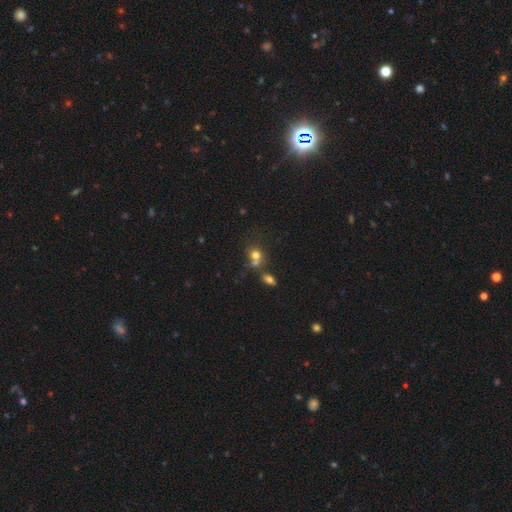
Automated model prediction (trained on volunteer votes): A smooth galaxy with no disk features (70%) that is round (73%). Merging: merger (44%).